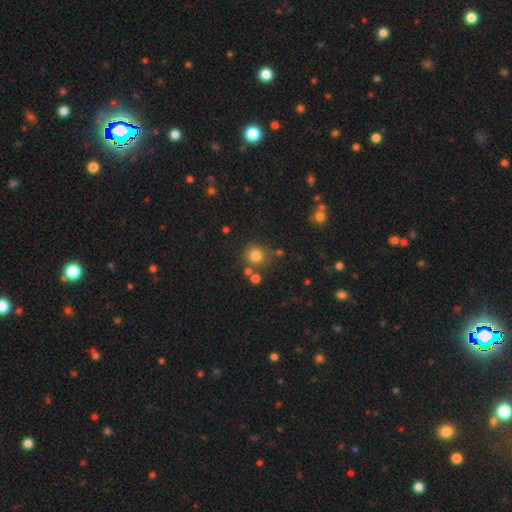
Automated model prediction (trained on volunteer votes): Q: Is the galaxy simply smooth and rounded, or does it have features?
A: smooth — 79%.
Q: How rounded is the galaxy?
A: round — 89%.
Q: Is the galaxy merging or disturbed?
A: none — 75%.